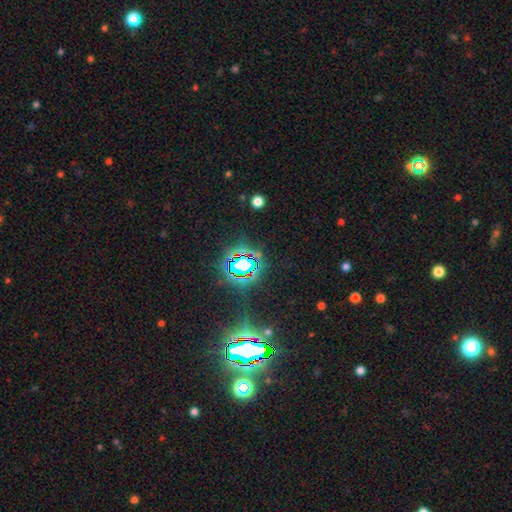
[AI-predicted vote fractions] Smooth or featured: star or artifact — 81% (smooth — 11%)